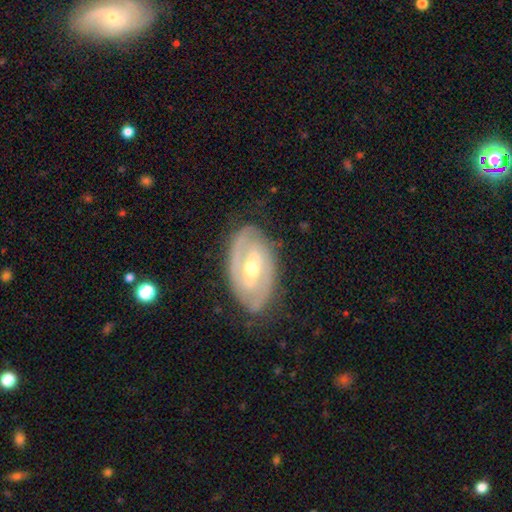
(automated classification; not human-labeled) Smooth or featured? featured or disk (84%)
Edge-on disk? no (95%)
Bar? weak (43%)
Spiral arms? yes (88%)
Spiral winding? tight (55%)
Spiral arm count? 2 (74%)
Bulge size? moderate (57%)
Merging? none (78%)